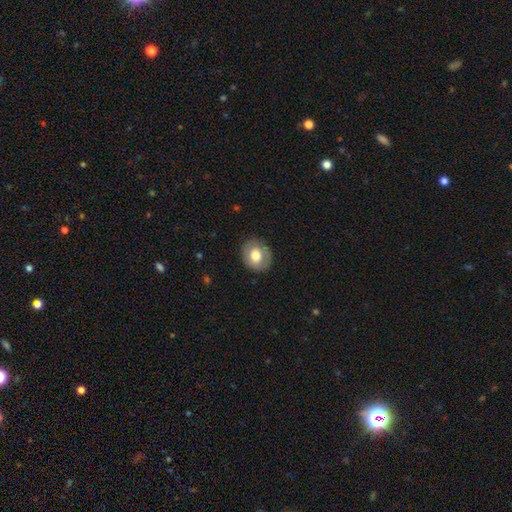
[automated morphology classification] Smooth or featured?
  - smooth: 65% *
  - featured or disk: 28%
  - star or artifact: 7%
How rounded?
  - round: 56% *
  - in between: 43%
  - cigar-shaped: 1%
Merging?
  - none: 84% *
  - minor disturbance: 12%
  - major disturbance: 4%
  - merger: 1%